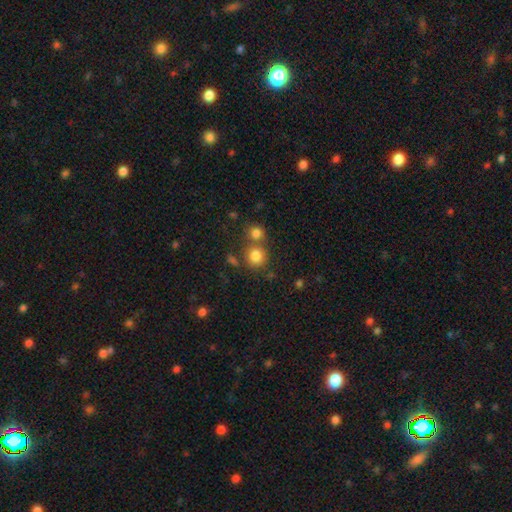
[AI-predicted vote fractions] Q: Smooth or featured?
A: smooth (81%); runner-up: star or artifact (12%)
Q: How rounded?
A: round (87%); runner-up: in between (12%)
Q: Merging?
A: none (61%); runner-up: merger (28%)